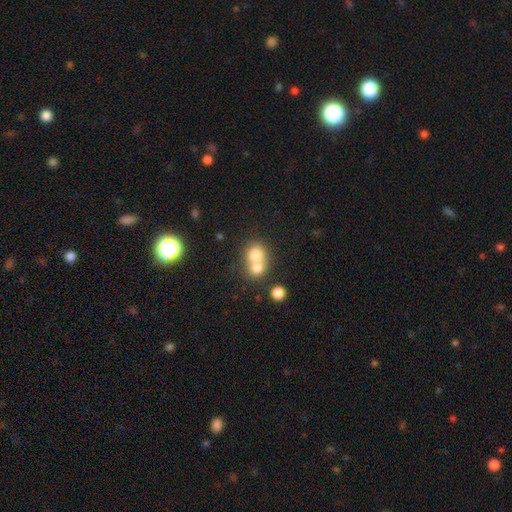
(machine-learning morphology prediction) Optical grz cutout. It shows a smooth galaxy with no disk features (75%) that is round (77%). Merging: merger (65%).